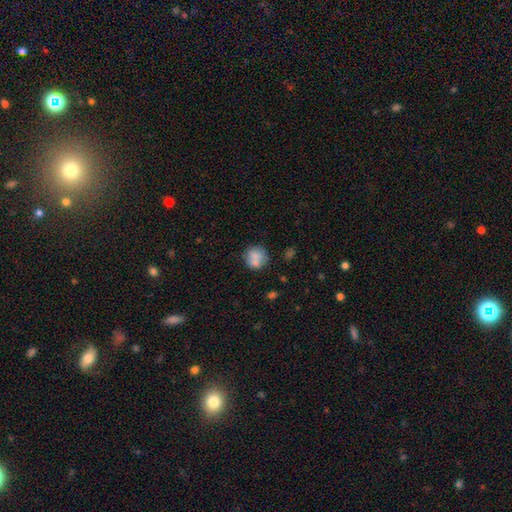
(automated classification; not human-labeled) A smooth galaxy with no disk features (72%) that is round (82%). Merging: none (56%).